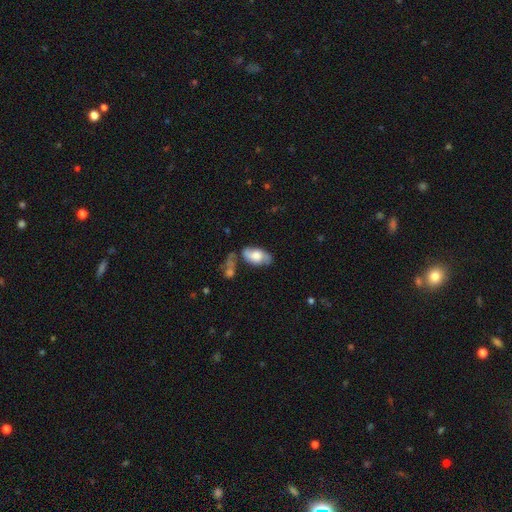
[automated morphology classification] Smooth or featured: smooth — 53% (featured or disk — 40%)
How rounded: in between — 90% (cigar-shaped — 5%)
Merging: none — 51% (minor disturbance — 24%)